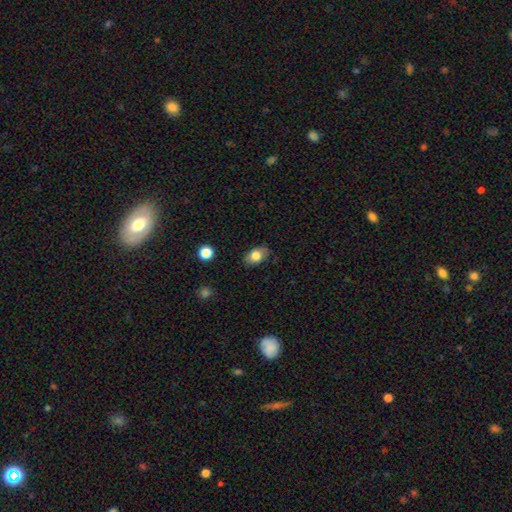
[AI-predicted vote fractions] Smooth or featured?
  - smooth: 79% *
  - featured or disk: 13%
  - star or artifact: 8%
How rounded?
  - in between: 85% *
  - round: 14%
  - cigar-shaped: 2%
Merging?
  - none: 82% *
  - minor disturbance: 14%
  - major disturbance: 3%
  - merger: 1%